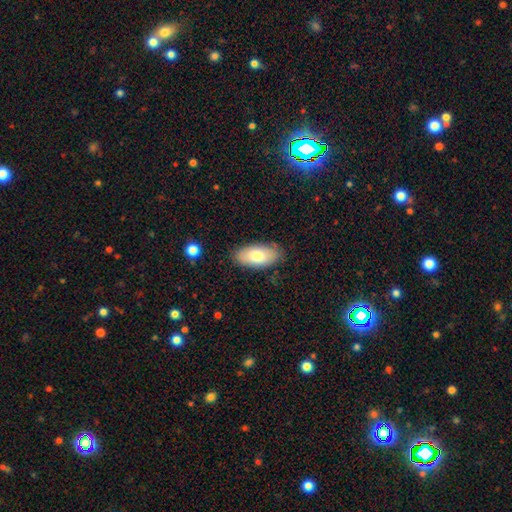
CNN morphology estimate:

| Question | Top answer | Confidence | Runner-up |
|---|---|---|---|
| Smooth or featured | smooth | 76% | featured or disk (17%) |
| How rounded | in between | 92% | cigar-shaped (5%) |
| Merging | none | 83% | minor disturbance (13%) |